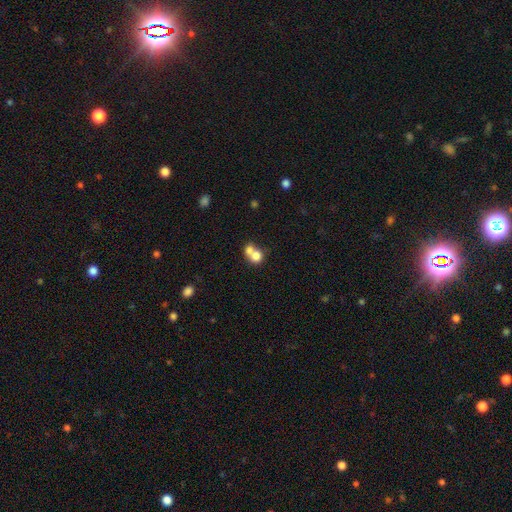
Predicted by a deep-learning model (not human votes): Smooth or featured? Predicted: smooth (p=0.75). How rounded? Predicted: round (p=0.74). Merging? Predicted: merger (p=0.64).